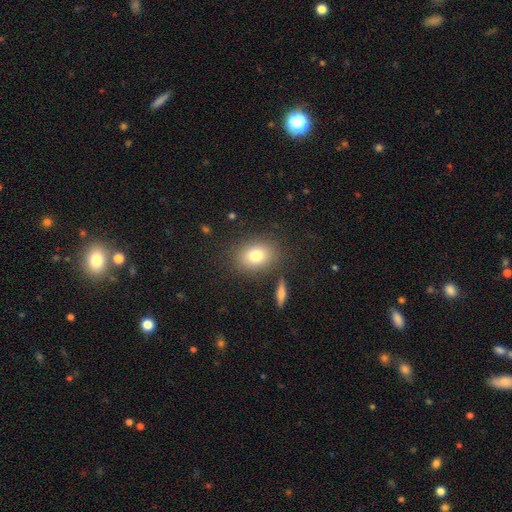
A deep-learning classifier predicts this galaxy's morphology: This appears to be a smooth galaxy with no disk features (77%) that is in between round and cigar-shaped (57%). Merging: none (83%).